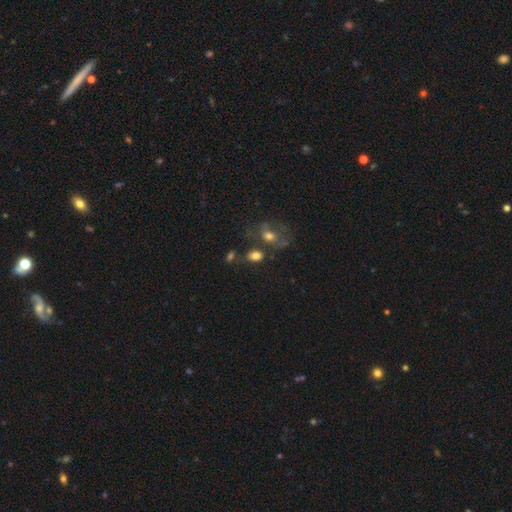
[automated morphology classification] Overall: smooth (78%). How rounded: in between (80%). Merging: none (57%; merger 20%).